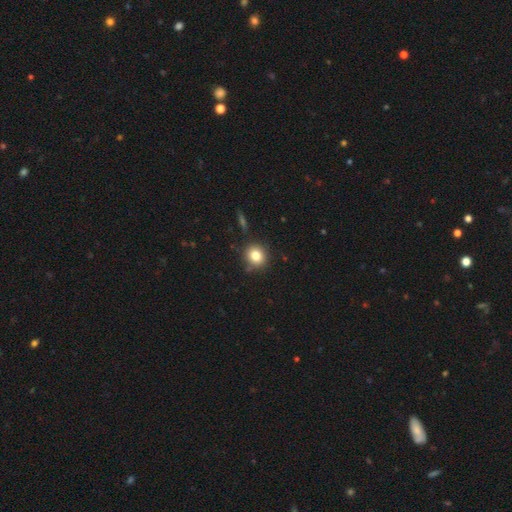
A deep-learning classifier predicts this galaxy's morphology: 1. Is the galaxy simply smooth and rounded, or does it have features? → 80% smooth, 12% star or artifact, 8% featured or disk.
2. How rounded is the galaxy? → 85% round, 14% in between, 1% cigar-shaped.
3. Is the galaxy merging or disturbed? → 85% none, 10% minor disturbance, 3% merger, 2% major disturbance.